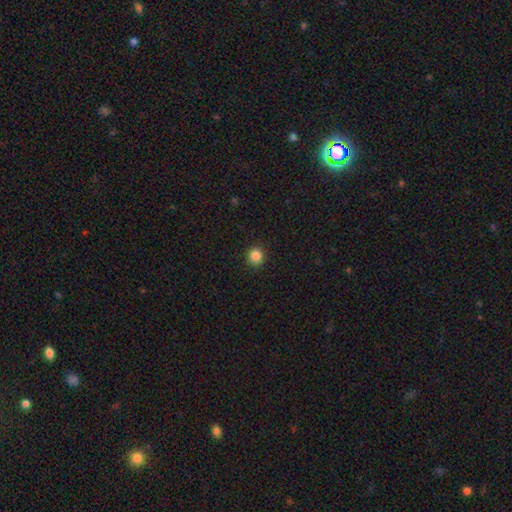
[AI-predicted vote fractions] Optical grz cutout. It shows a smooth galaxy with no disk features (85%) that is round (89%). Merging: none (91%).